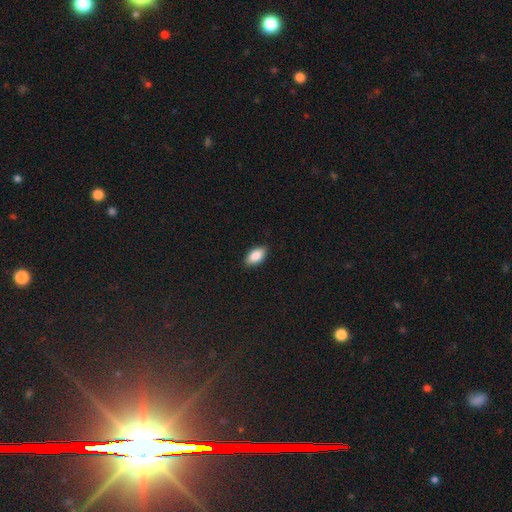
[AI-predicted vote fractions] Smooth or featured? Predicted: smooth (p=0.87). How rounded? Predicted: in between (p=0.93). Merging? Predicted: none (p=0.87).